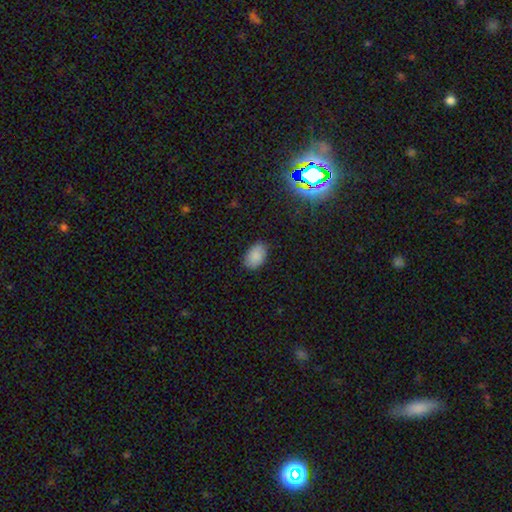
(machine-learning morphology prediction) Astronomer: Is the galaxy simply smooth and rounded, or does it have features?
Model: smooth — 88%.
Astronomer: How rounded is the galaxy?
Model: in between — 88%.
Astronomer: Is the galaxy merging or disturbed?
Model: none — 84%.